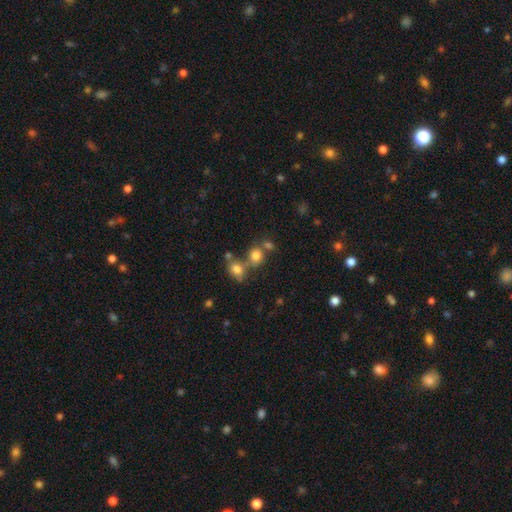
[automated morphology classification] The model was most divided on "merging": none: 49%, merger: 36%, minor disturbance: 10%, major disturbance: 5%. More confident: smooth or featured — smooth (77%); how rounded — round (74%).